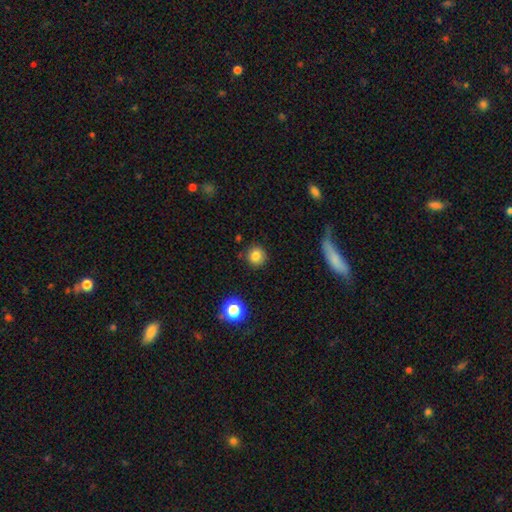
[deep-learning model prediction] Smooth or featured? smooth (82%)
How rounded? round (93%)
Merging? none (87%)